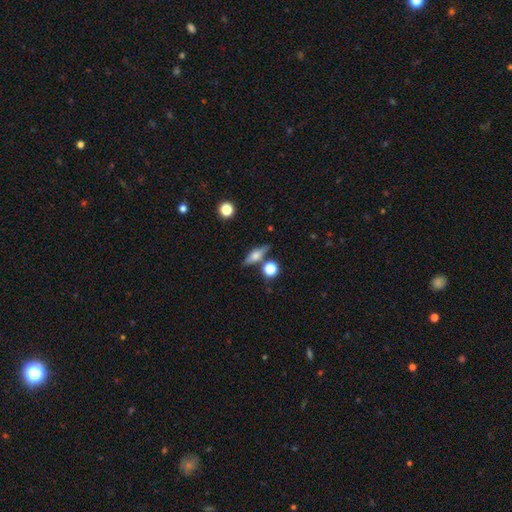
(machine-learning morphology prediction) type=featured or disk (49%); merging=none (76%).